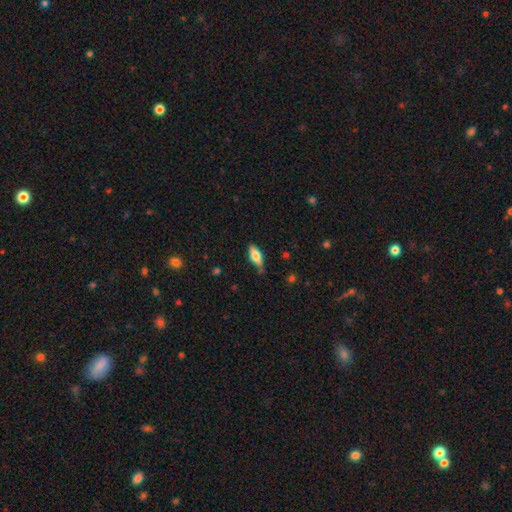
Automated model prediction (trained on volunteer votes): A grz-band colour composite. It shows a smooth galaxy with no disk features (66%) that is in between round and cigar-shaped (70%). Merging: none (66%).